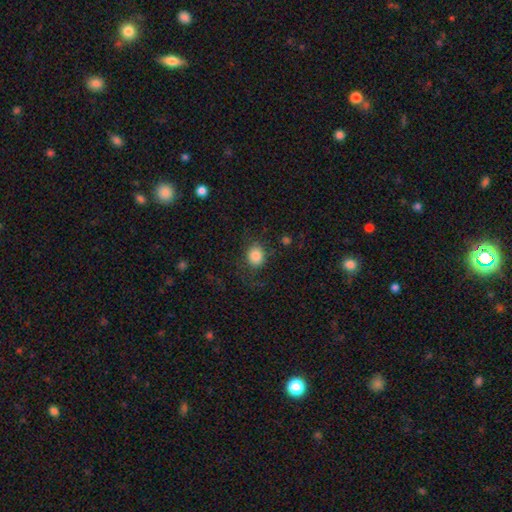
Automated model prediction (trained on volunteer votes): This is clearly a smooth galaxy (83%). How rounded: likely round (63%). Merging: likely none (73%).